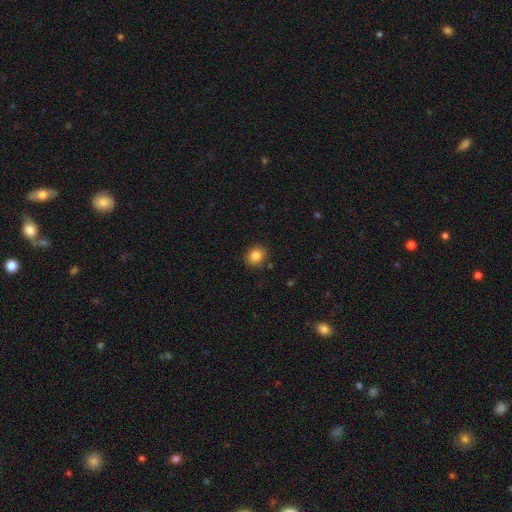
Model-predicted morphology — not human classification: smooth-or-featured: smooth: 84% | star or artifact: 10% | featured or disk: 6%
  how-rounded: round: 78% | in between: 21% | cigar-shaped: 1%
  merging: none: 87% | minor disturbance: 9% | major disturbance: 2% | merger: 2%